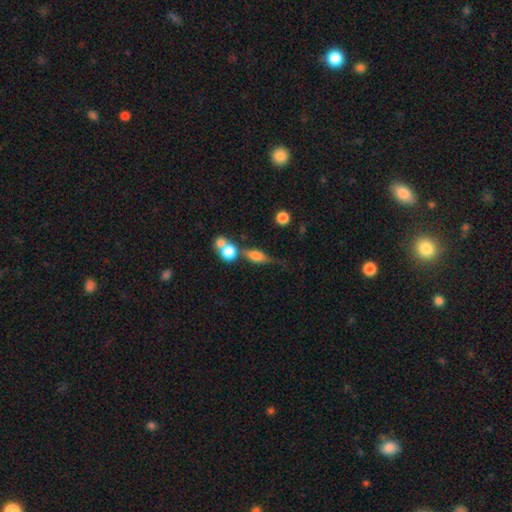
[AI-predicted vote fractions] Smooth or featured?
  - smooth: 60% *
  - featured or disk: 29%
  - star or artifact: 11%
How rounded?
  - in between: 55% *
  - round: 23%
  - cigar-shaped: 22%
Merging?
  - none: 43% *
  - merger: 29%
  - minor disturbance: 17%
  - major disturbance: 11%